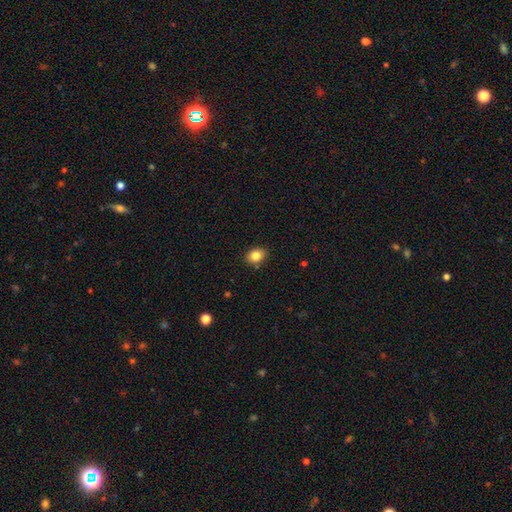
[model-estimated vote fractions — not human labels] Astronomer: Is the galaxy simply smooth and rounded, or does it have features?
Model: smooth — 83%.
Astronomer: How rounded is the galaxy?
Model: in between — 58% (runner-up: round, 41%).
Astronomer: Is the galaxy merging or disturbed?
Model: none — 86%.